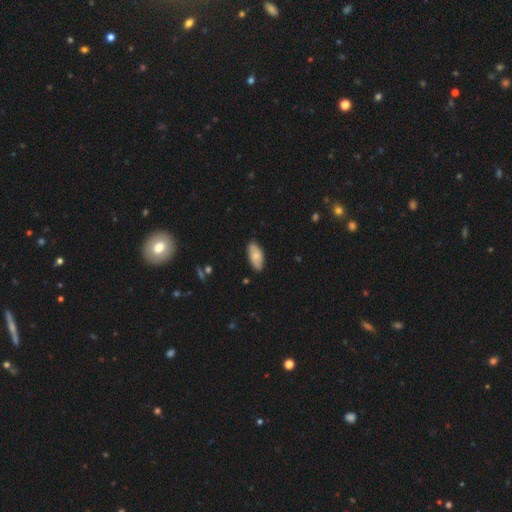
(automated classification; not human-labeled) The model was most divided on "smooth or featured": smooth: 74%, featured or disk: 19%, star or artifact: 6%. More confident: how rounded — in between (91%); merging — none (83%).